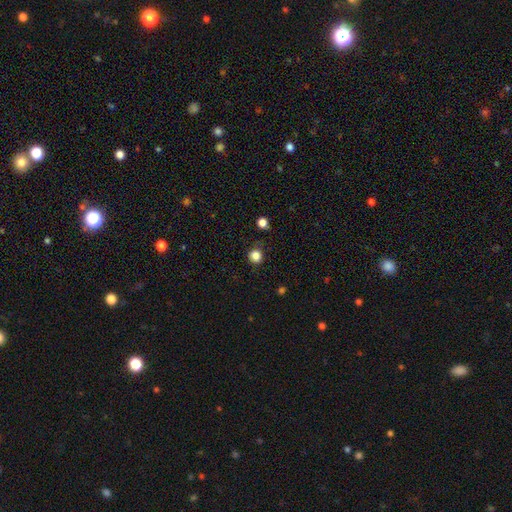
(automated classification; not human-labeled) Smooth or featured?
  - smooth: 84% *
  - star or artifact: 12%
  - featured or disk: 4%
How rounded?
  - round: 91% *
  - in between: 8%
  - cigar-shaped: 1%
Merging?
  - none: 84% *
  - minor disturbance: 11%
  - major disturbance: 3%
  - merger: 2%